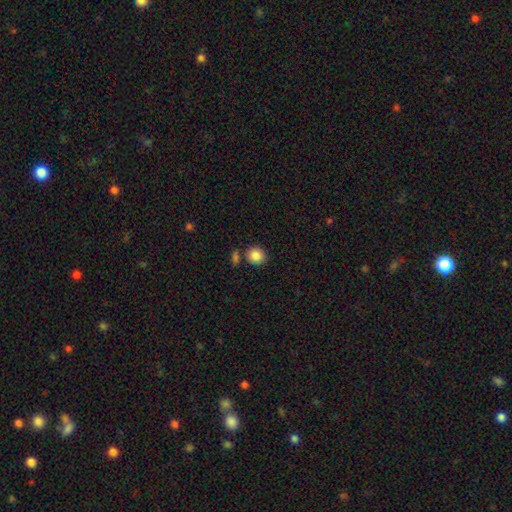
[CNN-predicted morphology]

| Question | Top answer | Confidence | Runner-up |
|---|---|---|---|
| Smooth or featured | smooth | 86% | star or artifact (9%) |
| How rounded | round | 81% | in between (18%) |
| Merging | none | 76% | minor disturbance (11%) |